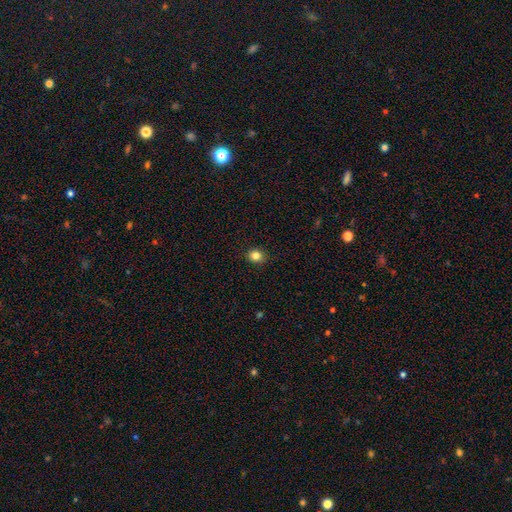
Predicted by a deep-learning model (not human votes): This appears to be a smooth galaxy with no disk features (83%) that is round (75%). Merging: none (90%).